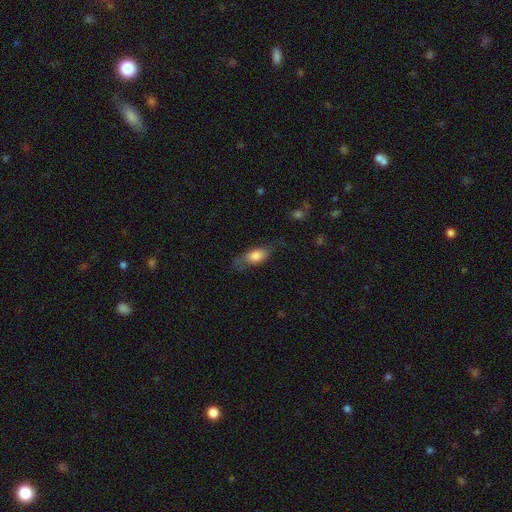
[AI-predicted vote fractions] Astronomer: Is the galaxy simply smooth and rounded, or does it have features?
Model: smooth — 75%.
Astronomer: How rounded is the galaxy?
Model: in between — 80%.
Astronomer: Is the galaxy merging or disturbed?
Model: none — 55%.